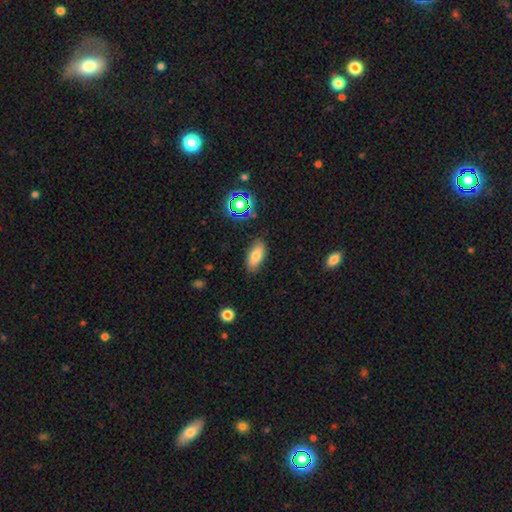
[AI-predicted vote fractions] smooth 77%, featured or disk 12%, star or artifact 10%. Down the decision tree: how rounded — in between (85%); merging — none (84%).